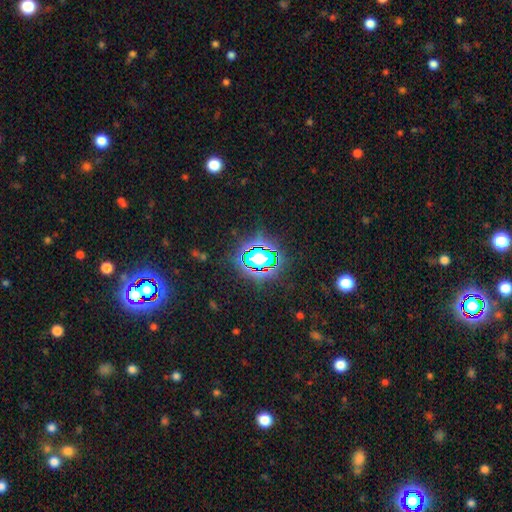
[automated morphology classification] The model was most divided on "smooth or featured": star or artifact: 69%, smooth: 20%, featured or disk: 11%.